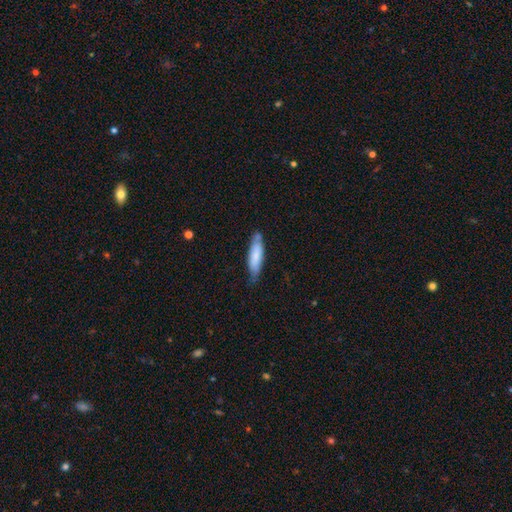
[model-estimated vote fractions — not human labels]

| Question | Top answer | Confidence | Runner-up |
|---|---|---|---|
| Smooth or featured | smooth | 74% | featured or disk (21%) |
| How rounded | cigar-shaped | 63% | in between (35%) |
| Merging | none | 66% | minor disturbance (25%) |